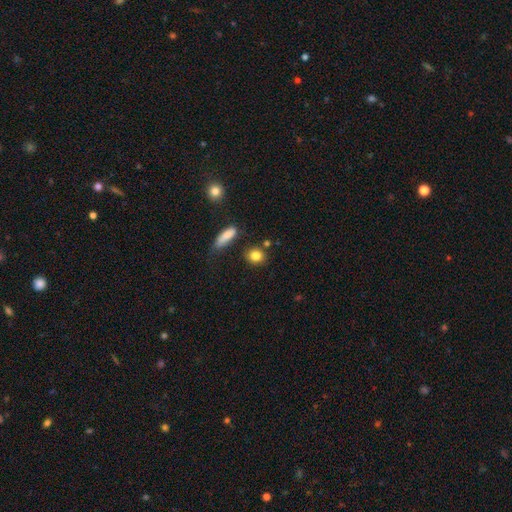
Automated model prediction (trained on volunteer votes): Smooth or featured: smooth — 83% (star or artifact — 9%)
How rounded: round — 72% (in between — 25%)
Merging: none — 78% (minor disturbance — 12%)